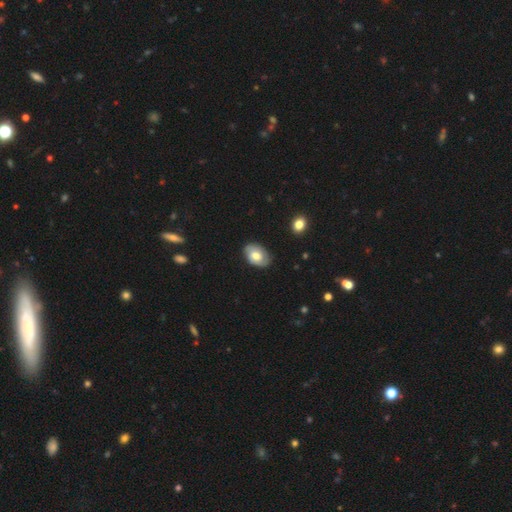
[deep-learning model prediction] smooth_or_featured: smooth (p=0.56) [alt: featured or disk p=0.37]
how_rounded: in between (p=0.85) [alt: round p=0.14]
merging: none (p=0.80) [alt: minor disturbance p=0.16]